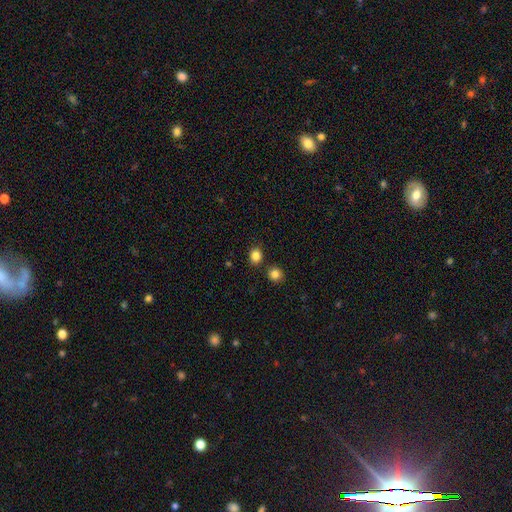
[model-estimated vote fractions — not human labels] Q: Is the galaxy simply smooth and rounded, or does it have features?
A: smooth — 85%.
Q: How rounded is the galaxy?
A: round — 68%.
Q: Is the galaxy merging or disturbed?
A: none — 82%.